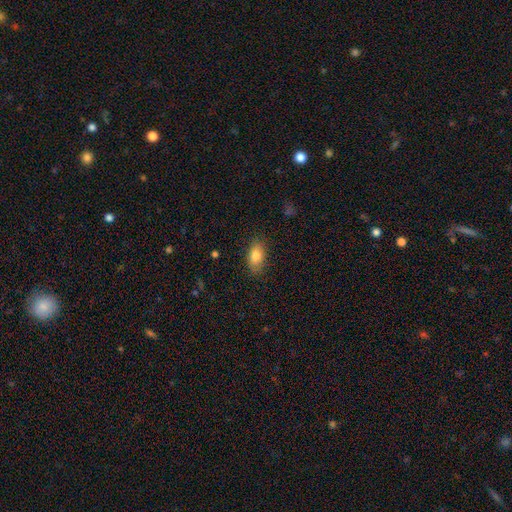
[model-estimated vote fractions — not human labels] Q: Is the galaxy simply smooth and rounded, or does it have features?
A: smooth — 82%.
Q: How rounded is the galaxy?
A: in between — 90%.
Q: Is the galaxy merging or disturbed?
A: none — 84%.